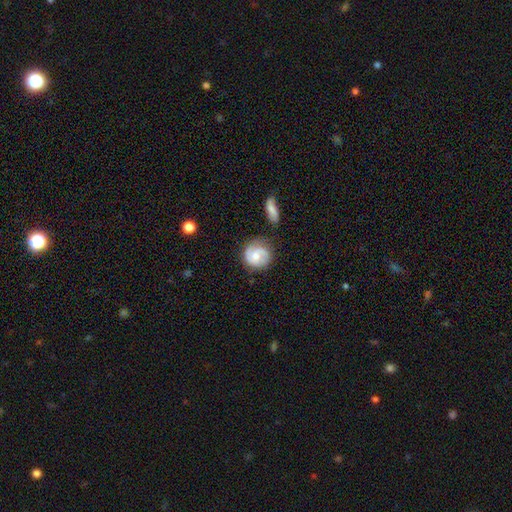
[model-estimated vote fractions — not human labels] Smooth or featured? Predicted: featured or disk (p=0.61). Edge-on disk? Predicted: no (p=0.97). Bar? Predicted: no (p=0.64). Spiral arms? Predicted: yes (p=0.89). Spiral winding? Predicted: tight (p=0.44). Spiral arm count? Predicted: 2 (p=0.72). Bulge size? Predicted: moderate (p=0.60). Merging? Predicted: none (p=0.66).